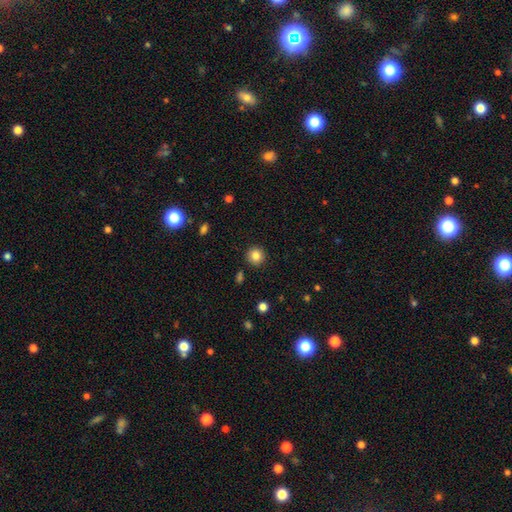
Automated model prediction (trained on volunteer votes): Q: Smooth or featured?
A: smooth (84%); runner-up: star or artifact (11%)
Q: How rounded?
A: round (94%); runner-up: in between (5%)
Q: Merging?
A: none (91%); runner-up: minor disturbance (6%)